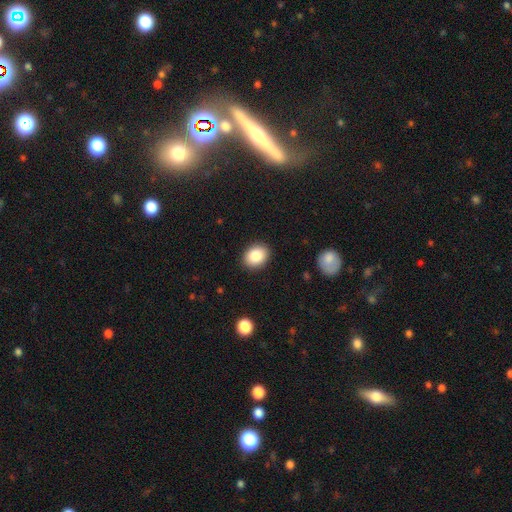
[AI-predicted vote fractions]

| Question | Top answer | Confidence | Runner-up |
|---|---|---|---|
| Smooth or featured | smooth | 87% | star or artifact (8%) |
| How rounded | in between | 58% | round (41%) |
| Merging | none | 89% | minor disturbance (8%) |